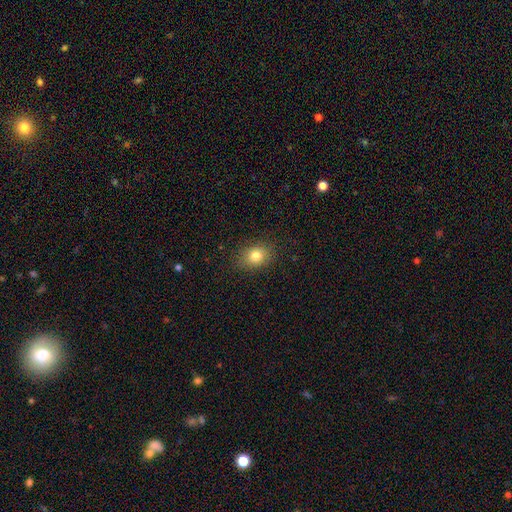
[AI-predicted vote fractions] The model was most divided on "how rounded": in between: 60%, round: 39%, cigar-shaped: 1%. More confident: merging — none (87%); smooth or featured — smooth (80%).